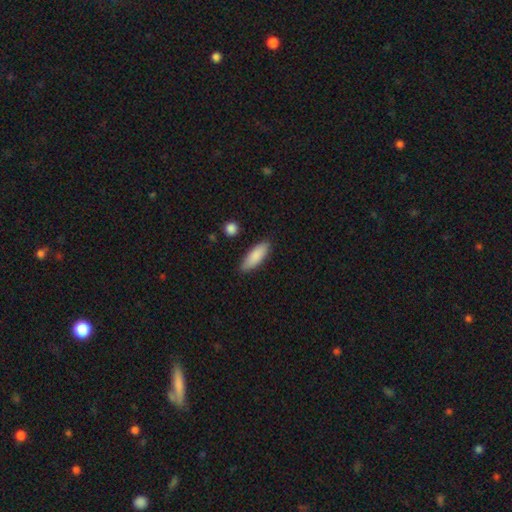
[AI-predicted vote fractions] This appears to be a smooth galaxy with no disk features (85%) that is in between round and cigar-shaped (61%). Merging: none (84%).